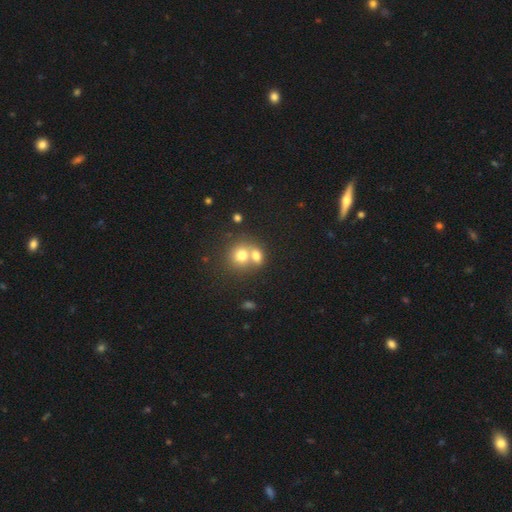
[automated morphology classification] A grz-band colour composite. It shows a smooth galaxy with no disk features (73%) that is round (64%). Merging: merger (60%).